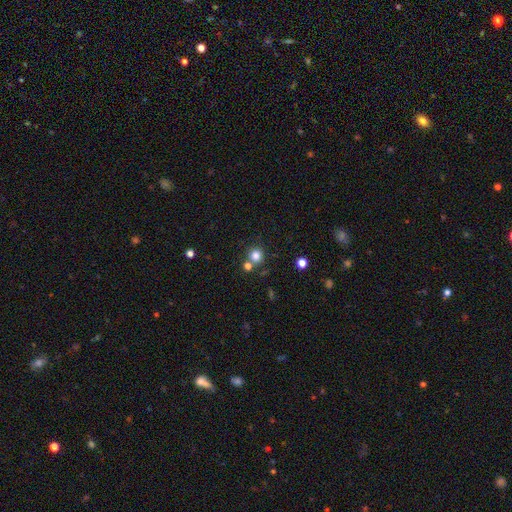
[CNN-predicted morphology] Smooth or featured?
  - smooth: 80% *
  - star or artifact: 14%
  - featured or disk: 6%
How rounded?
  - round: 91% *
  - in between: 8%
  - cigar-shaped: 1%
Merging?
  - none: 70% *
  - merger: 18%
  - minor disturbance: 8%
  - major disturbance: 3%